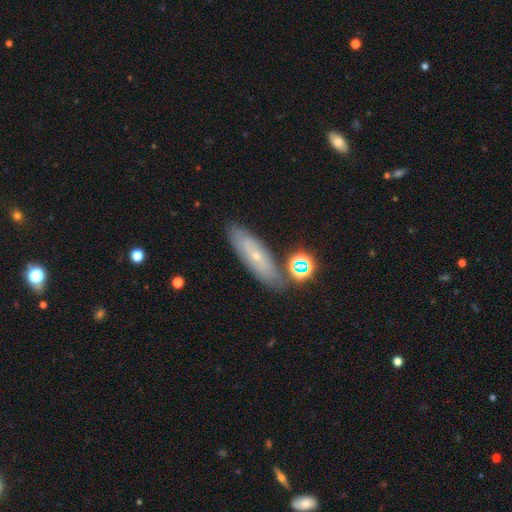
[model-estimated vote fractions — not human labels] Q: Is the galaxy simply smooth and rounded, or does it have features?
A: smooth — 45%.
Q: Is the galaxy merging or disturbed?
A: none — 78%.